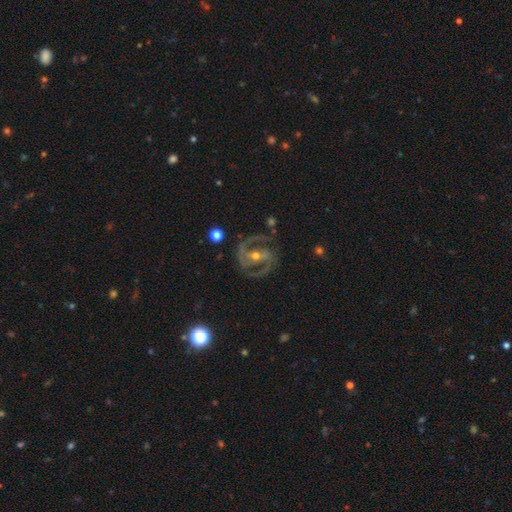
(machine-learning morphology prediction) featured or disk 90%, star or artifact 6%, smooth 4%. Down the decision tree: edge-on disk — no (97%); bar — strong (49%); spiral arms — yes (97%); spiral arm count — 2 (85%); spiral winding — medium (56%); bulge size — small (48%, tied with moderate); merging — none (78%).